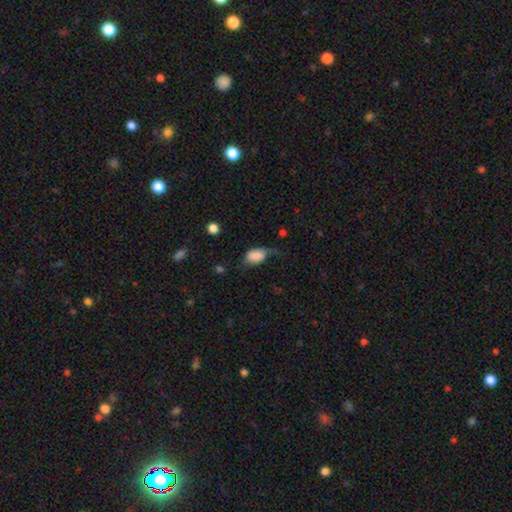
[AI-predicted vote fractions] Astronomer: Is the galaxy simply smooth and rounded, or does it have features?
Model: smooth — 77%.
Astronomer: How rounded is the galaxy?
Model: in between — 84%.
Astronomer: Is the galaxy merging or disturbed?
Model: major disturbance — 36% (runner-up: minor disturbance, 33%).